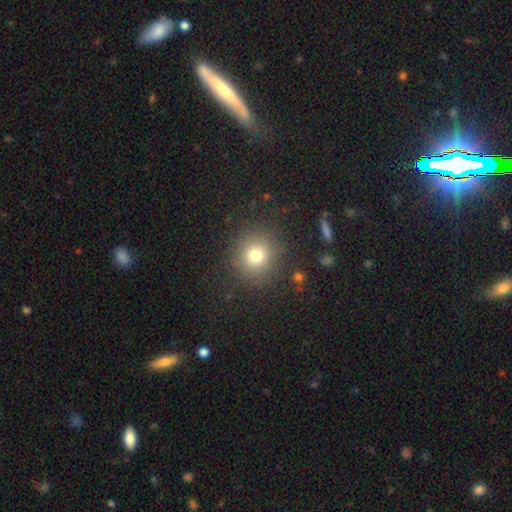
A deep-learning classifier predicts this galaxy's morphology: The model was most divided on "smooth or featured": smooth: 76%, star or artifact: 16%, featured or disk: 9%. More confident: how rounded — round (88%); merging — none (86%).